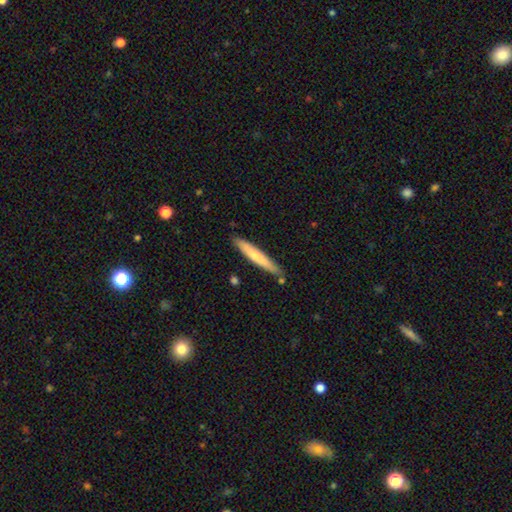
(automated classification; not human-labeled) Smooth or featured? Predicted: smooth (p=0.67). How rounded? Predicted: cigar-shaped (p=0.95). Merging? Predicted: none (p=0.82).